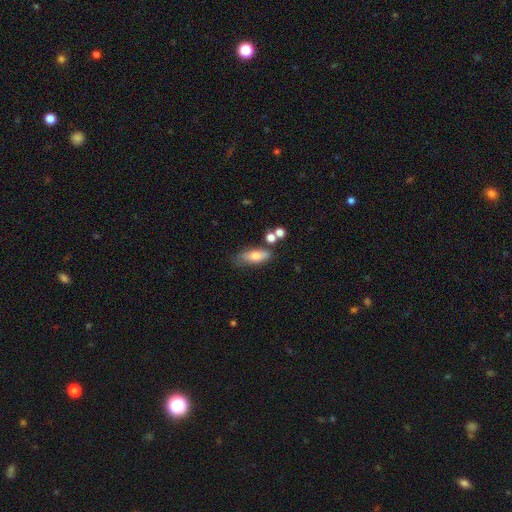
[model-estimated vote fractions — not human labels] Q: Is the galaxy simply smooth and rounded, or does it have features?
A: smooth — 74%.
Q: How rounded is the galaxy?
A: in between — 66%.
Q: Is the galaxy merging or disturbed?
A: none — 61%.